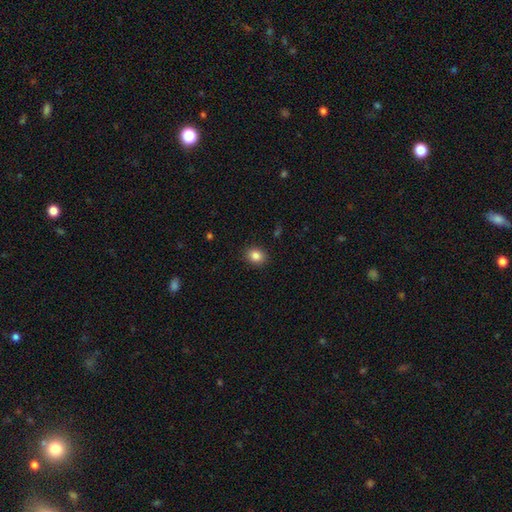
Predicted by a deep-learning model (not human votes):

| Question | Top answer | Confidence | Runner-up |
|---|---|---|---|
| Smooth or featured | smooth | 85% | star or artifact (10%) |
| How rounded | round | 55% | in between (44%) |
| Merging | none | 89% | minor disturbance (7%) |